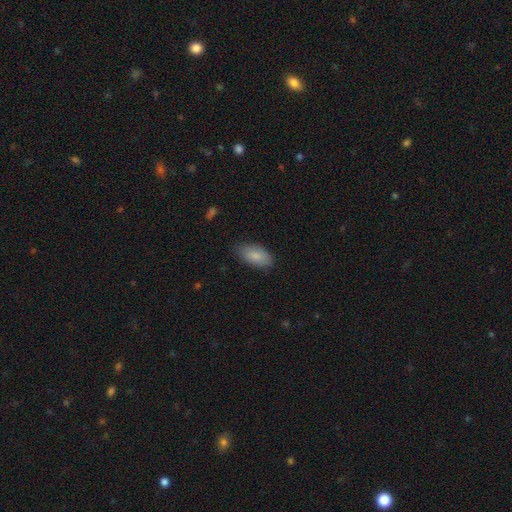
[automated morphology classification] The model was most divided on "merging": none: 82%, minor disturbance: 15%, major disturbance: 3%, merger: 1%. More confident: how rounded — in between (92%); smooth or featured — smooth (83%).